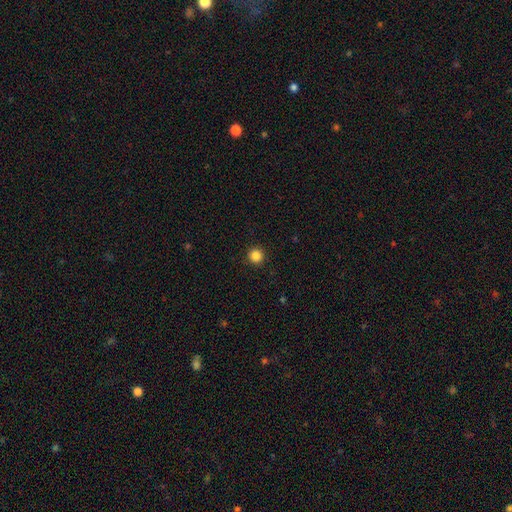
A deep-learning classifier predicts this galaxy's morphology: type=smooth (85%); roundness=round (96%); merging=none (93%).